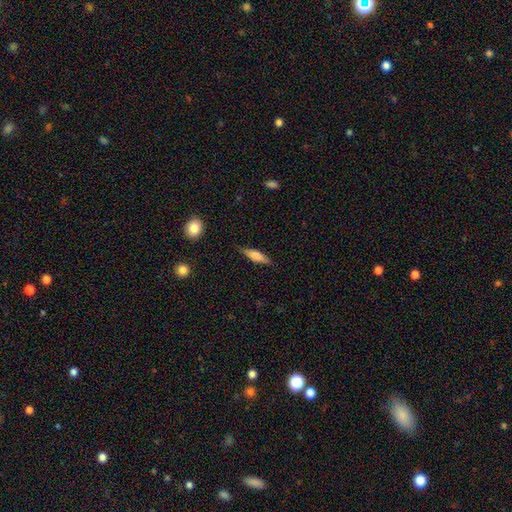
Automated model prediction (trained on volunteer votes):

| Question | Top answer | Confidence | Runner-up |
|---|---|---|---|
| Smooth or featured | smooth | 56% | featured or disk (37%) |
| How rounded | cigar-shaped | 71% | in between (26%) |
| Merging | none | 84% | minor disturbance (12%) |